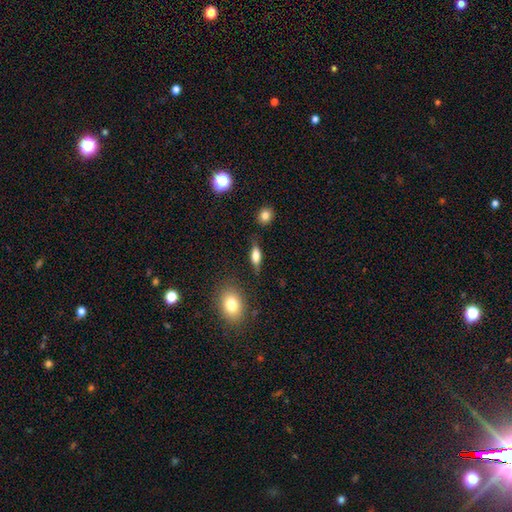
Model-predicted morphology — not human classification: A smooth galaxy with no disk features (65%) that is in between round and cigar-shaped (64%).

Vote fractions:
- Smooth or featured? smooth: 65% / featured or disk: 26% / star or artifact: 8%
- How rounded? in between: 64% / cigar-shaped: 30% / round: 6%
- Merging? none: 77% / minor disturbance: 16% / major disturbance: 5% / merger: 2%